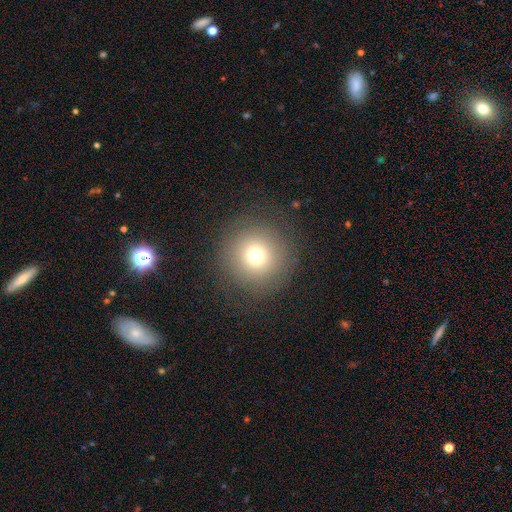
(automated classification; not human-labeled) The model was most divided on "smooth or featured": smooth: 72%, star or artifact: 15%, featured or disk: 12%. More confident: how rounded — round (96%); merging — none (86%).